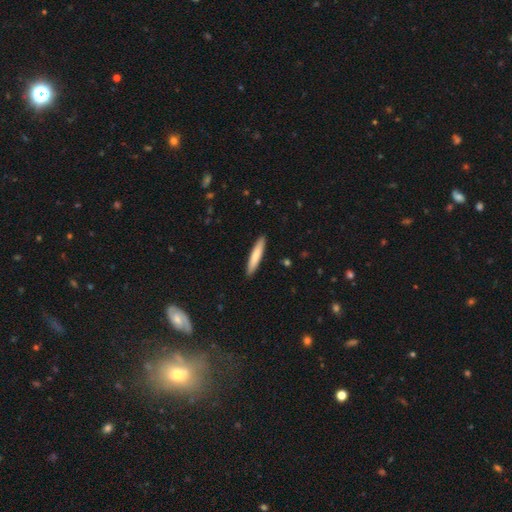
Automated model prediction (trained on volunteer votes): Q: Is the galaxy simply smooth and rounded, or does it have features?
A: smooth — 78%.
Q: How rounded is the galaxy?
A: cigar-shaped — 90%.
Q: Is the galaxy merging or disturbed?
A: none — 90%.